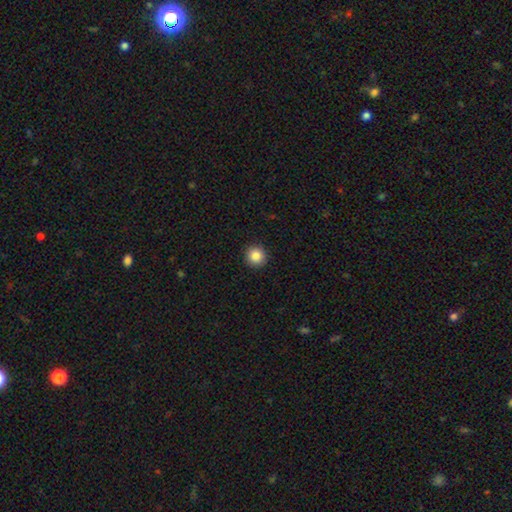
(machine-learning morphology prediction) The model was most divided on "smooth or featured": smooth: 86%, star or artifact: 10%, featured or disk: 5%. More confident: how rounded — round (95%); merging — none (93%).